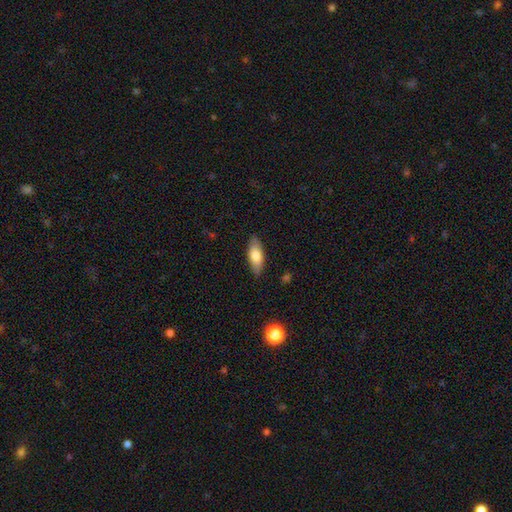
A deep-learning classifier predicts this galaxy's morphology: Overall: smooth (75%). How rounded: in between (74%). Merging: none (85%).